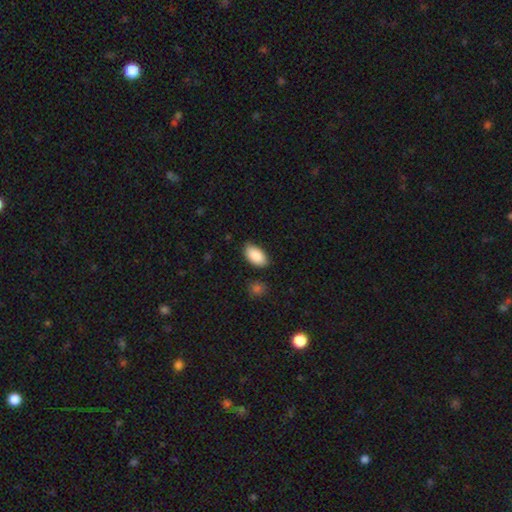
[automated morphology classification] smooth-or-featured: smooth: 89% | star or artifact: 6% | featured or disk: 5%
  how-rounded: in between: 95% | round: 3% | cigar-shaped: 2%
  merging: none: 82% | minor disturbance: 13% | major disturbance: 3% | merger: 2%